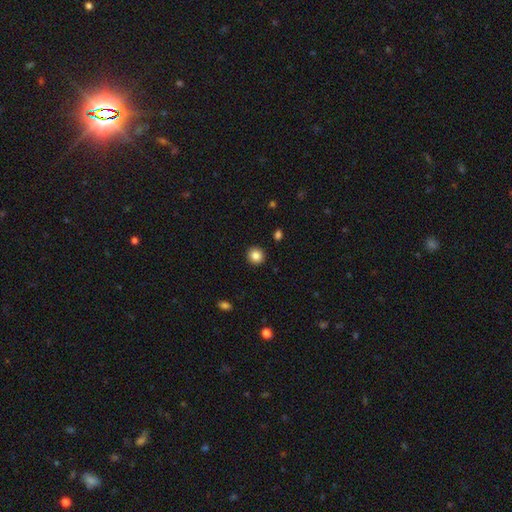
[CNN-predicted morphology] A smooth galaxy with no disk features (86%) that is round (93%). Merging: none (93%).